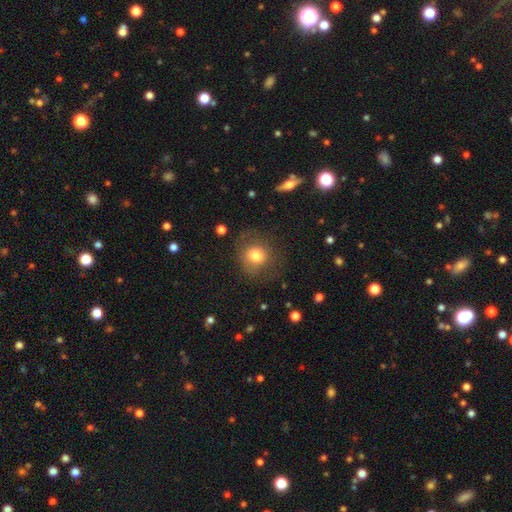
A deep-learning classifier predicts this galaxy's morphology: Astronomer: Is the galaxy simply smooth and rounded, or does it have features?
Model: smooth — 76%.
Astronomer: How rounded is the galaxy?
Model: round — 83%.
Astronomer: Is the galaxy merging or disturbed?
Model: none — 72%.